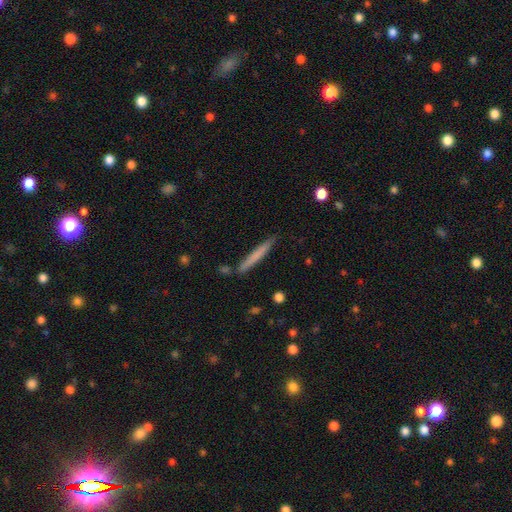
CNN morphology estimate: smooth-or-featured: smooth: 66% | featured or disk: 28% | star or artifact: 6%
  how-rounded: cigar-shaped: 97% | in between: 2% | round: 1%
  merging: none: 86% | minor disturbance: 10% | merger: 3% | major disturbance: 2%